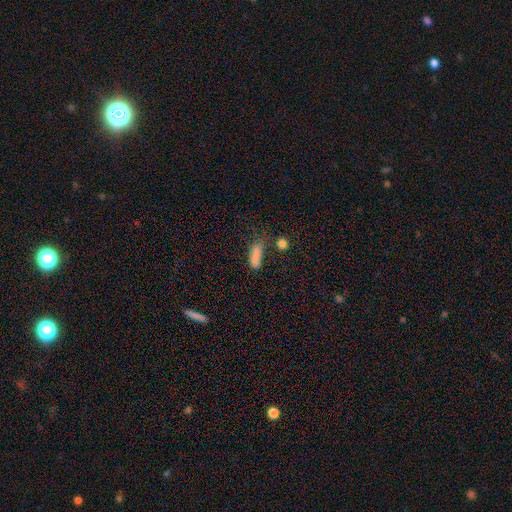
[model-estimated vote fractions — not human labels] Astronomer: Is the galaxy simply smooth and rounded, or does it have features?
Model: smooth — 79%.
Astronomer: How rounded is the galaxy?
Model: in between — 56% (runner-up: cigar-shaped, 39%).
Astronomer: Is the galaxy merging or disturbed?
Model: none — 45% (runner-up: minor disturbance, 27%).